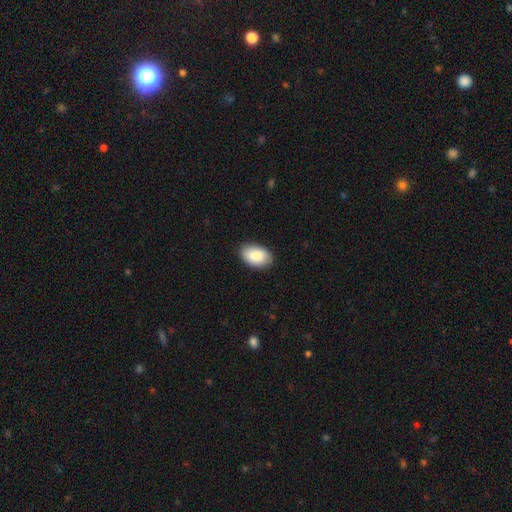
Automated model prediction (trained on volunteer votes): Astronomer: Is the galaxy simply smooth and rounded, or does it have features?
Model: smooth — 88%.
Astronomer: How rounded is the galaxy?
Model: in between — 92%.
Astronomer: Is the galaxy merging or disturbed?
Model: none — 85%.